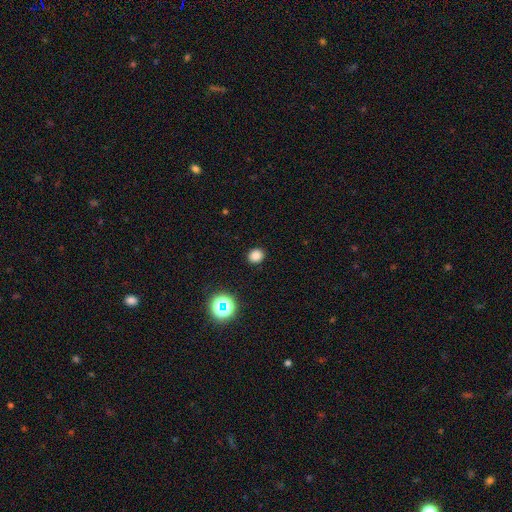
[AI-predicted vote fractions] A smooth galaxy with no disk features (80%) that is round (78%).

Vote fractions:
- Smooth or featured? smooth: 80% / star or artifact: 16% / featured or disk: 4%
- How rounded? round: 78% / in between: 21% / cigar-shaped: 1%
- Merging? none: 91% / minor disturbance: 6% / major disturbance: 2% / merger: 1%